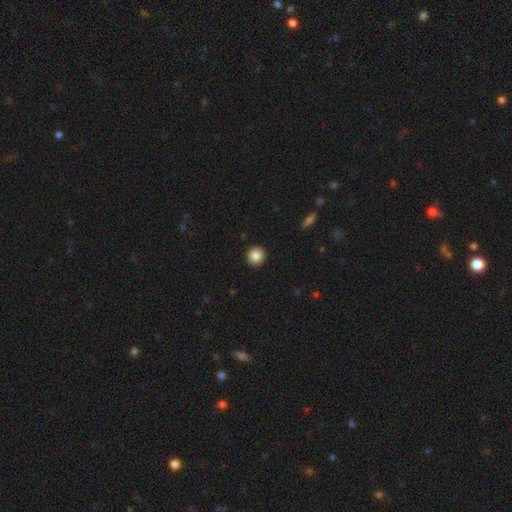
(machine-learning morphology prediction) Smooth or featured: smooth — 87% (star or artifact — 9%)
How rounded: round — 95% (in between — 4%)
Merging: none — 93% (minor disturbance — 4%)